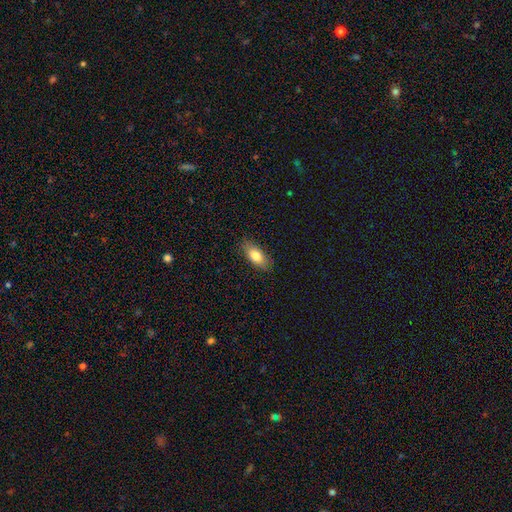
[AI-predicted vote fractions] Overall: smooth (78%). How rounded: in between (84%). Merging: none (85%).